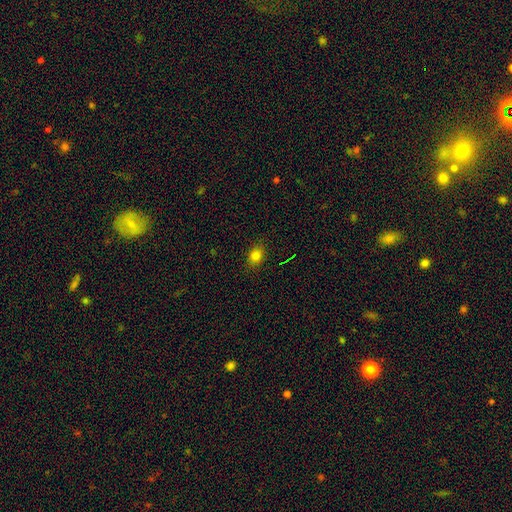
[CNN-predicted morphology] This appears to be a smooth galaxy with no disk features (79%) that is in between round and cigar-shaped (61%). Merging: none (86%).